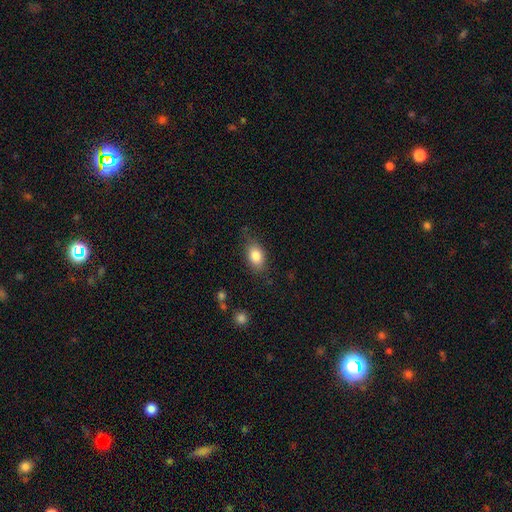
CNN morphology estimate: Smooth or featured? Predicted: smooth (p=0.84). How rounded? Predicted: in between (p=0.82). Merging? Predicted: none (p=0.77).